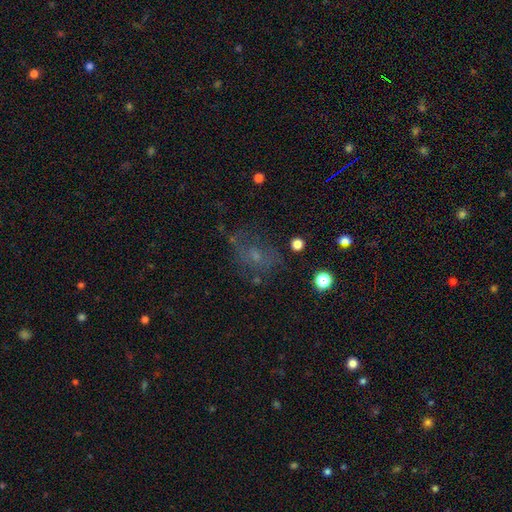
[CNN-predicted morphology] Overall: smooth (37%; featured or disk 36%). Merging: none (48%; major disturbance 25%).